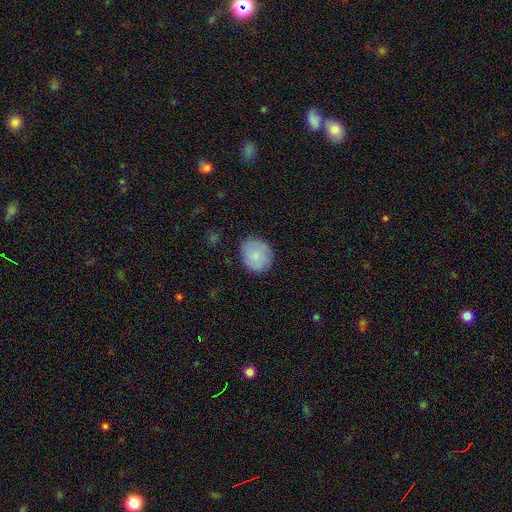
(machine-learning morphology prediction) smooth_or_featured: smooth (p=0.84) [alt: featured or disk p=0.10]
how_rounded: round (p=0.69) [alt: in between p=0.30]
merging: none (p=0.84) [alt: minor disturbance p=0.12]